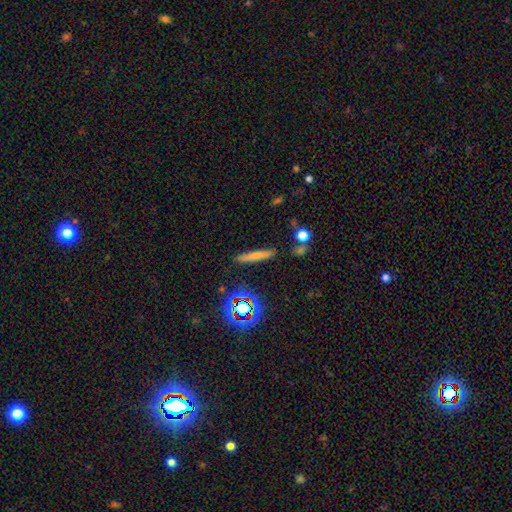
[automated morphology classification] Q: Smooth or featured?
A: smooth (66%); runner-up: featured or disk (20%)
Q: How rounded?
A: cigar-shaped (89%); runner-up: in between (7%)
Q: Merging?
A: none (86%); runner-up: minor disturbance (9%)